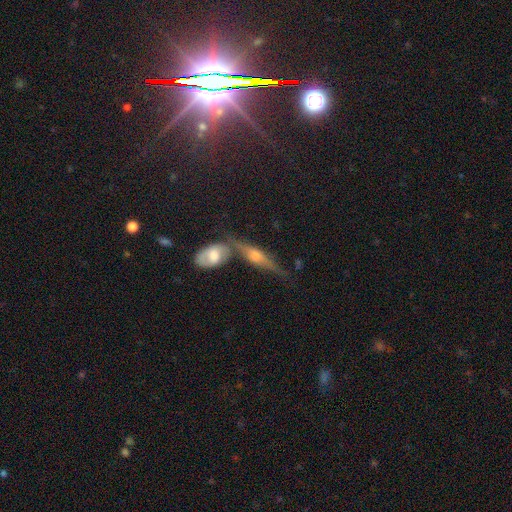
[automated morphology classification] featured or disk 68%, smooth 23%, star or artifact 9%. Down the decision tree: edge-on disk — yes (88%); edge-on bulge — rounded (83%); merging — none (50%).